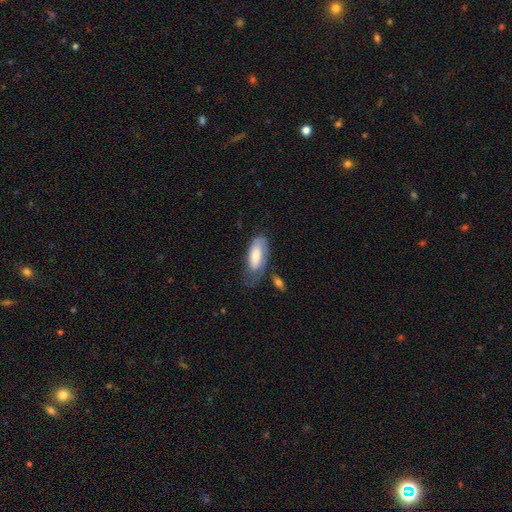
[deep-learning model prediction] smooth-or-featured: smooth: 55% | featured or disk: 38% | star or artifact: 6%
  how-rounded: in between: 81% | cigar-shaped: 17% | round: 2%
  merging: none: 41% | minor disturbance: 31% | major disturbance: 21% | merger: 7%